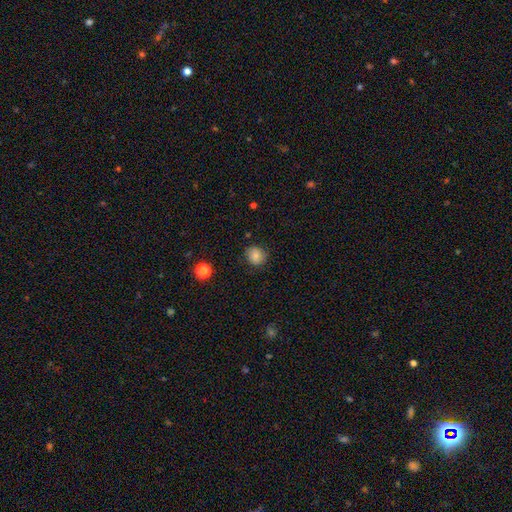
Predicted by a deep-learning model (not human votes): The model was most divided on "how rounded": round: 79%, in between: 20%, cigar-shaped: 1%. More confident: merging — none (82%); smooth or featured — smooth (81%).